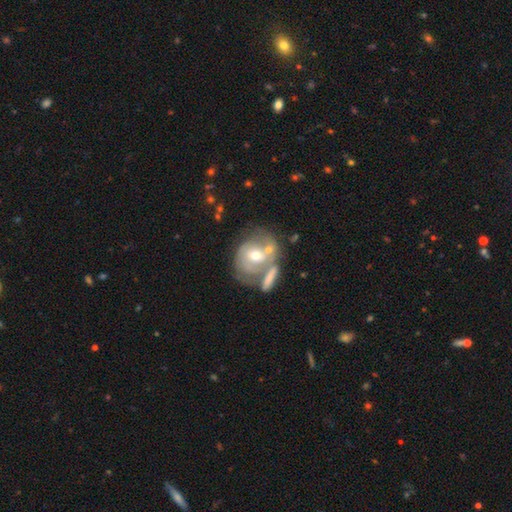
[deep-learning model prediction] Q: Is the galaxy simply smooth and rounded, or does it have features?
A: featured or disk — 60%.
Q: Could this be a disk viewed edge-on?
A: no — 95%.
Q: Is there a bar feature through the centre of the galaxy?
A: no — 62%.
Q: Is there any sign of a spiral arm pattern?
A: yes — 57%.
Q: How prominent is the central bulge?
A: moderate — 62%.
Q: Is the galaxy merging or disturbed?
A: merger — 39%.